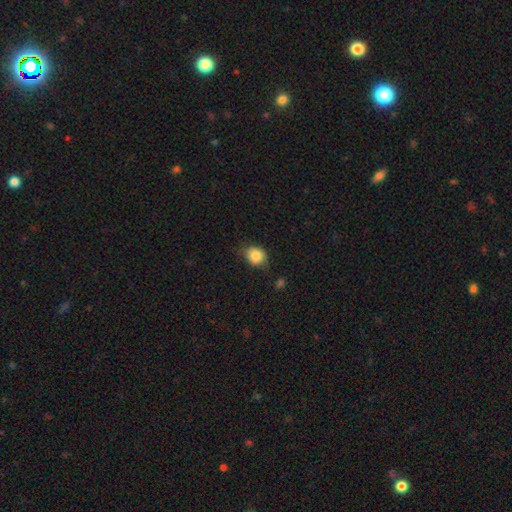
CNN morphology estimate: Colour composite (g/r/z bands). It shows a smooth galaxy with no disk features (83%) that is round (63%). Merging: none (68%).